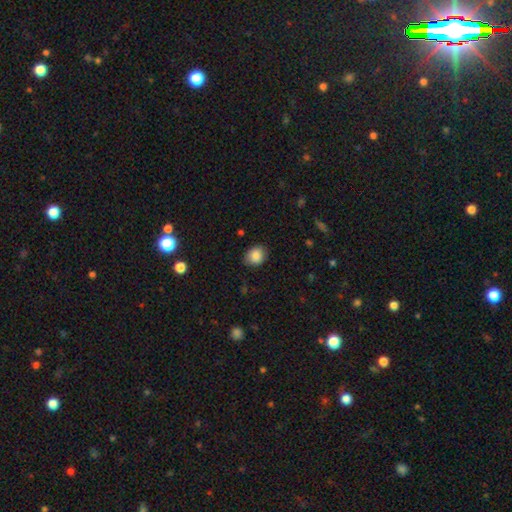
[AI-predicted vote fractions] This appears to be a smooth galaxy with no disk features (86%) that is round (58%). Merging: none (80%).